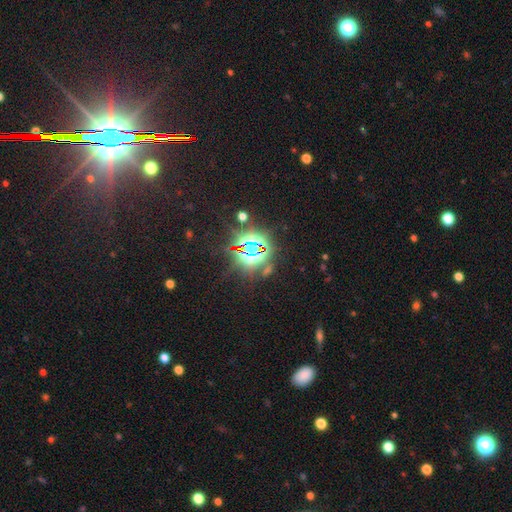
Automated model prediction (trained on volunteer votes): smooth_or_featured: star or artifact (p=0.82) [alt: smooth p=0.10]